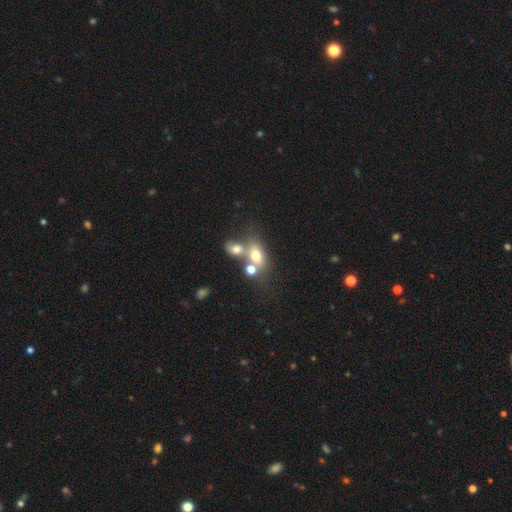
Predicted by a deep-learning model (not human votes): Smooth or featured? smooth (68%)
How rounded? in between (70%)
Merging? merger (48%)